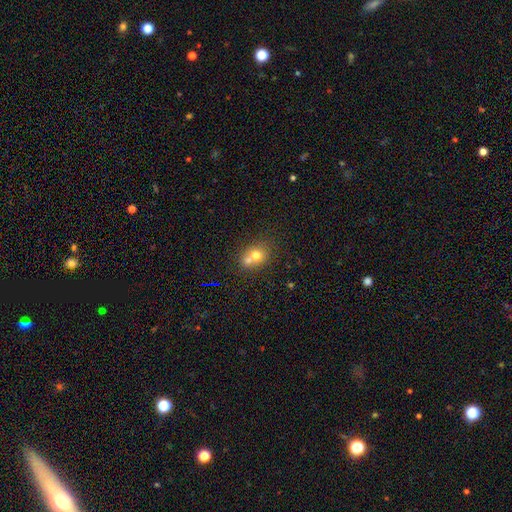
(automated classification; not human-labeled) smooth-or-featured: smooth: 69% | featured or disk: 19% | star or artifact: 12%
  how-rounded: round: 67% | in between: 32% | cigar-shaped: 1%
  merging: merger: 58% | none: 32% | minor disturbance: 7% | major disturbance: 3%